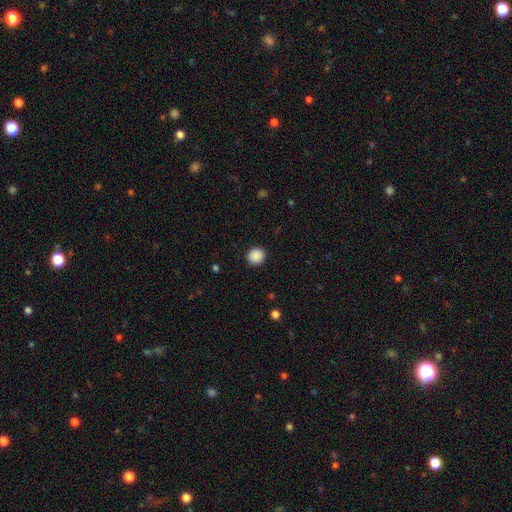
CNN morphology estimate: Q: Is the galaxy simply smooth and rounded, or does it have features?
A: smooth — 89%.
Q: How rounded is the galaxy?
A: round — 91%.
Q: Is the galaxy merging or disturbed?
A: none — 92%.